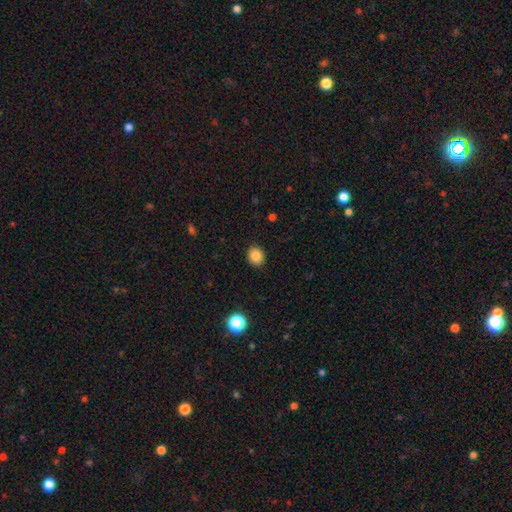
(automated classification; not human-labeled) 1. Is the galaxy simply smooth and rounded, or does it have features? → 86% smooth, 10% star or artifact, 4% featured or disk.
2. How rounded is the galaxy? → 65% round, 35% in between, 1% cigar-shaped.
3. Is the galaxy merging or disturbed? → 90% none, 7% minor disturbance, 2% major disturbance, 1% merger.